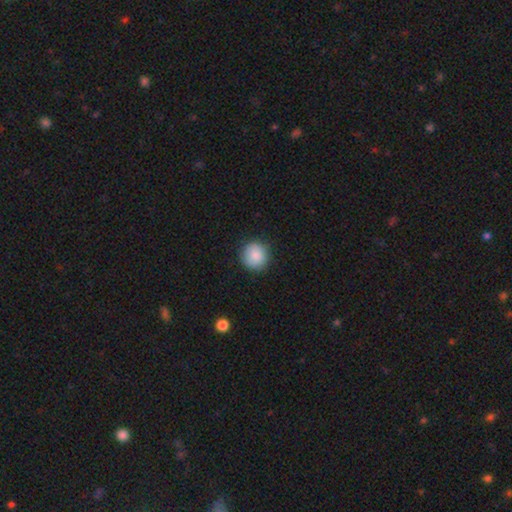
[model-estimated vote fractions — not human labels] The model was most divided on "merging": none: 88%, minor disturbance: 9%, major disturbance: 2%, merger: 1%. More confident: how rounded — round (92%); smooth or featured — smooth (86%).